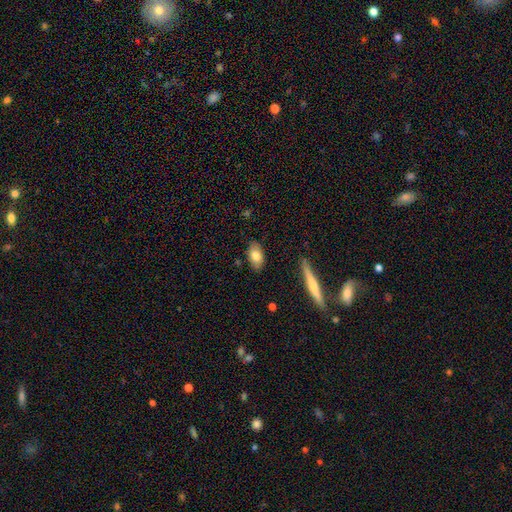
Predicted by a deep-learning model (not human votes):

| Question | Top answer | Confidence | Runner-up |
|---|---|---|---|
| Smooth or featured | smooth | 79% | featured or disk (15%) |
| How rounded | in between | 90% | cigar-shaped (5%) |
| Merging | none | 84% | minor disturbance (12%) |